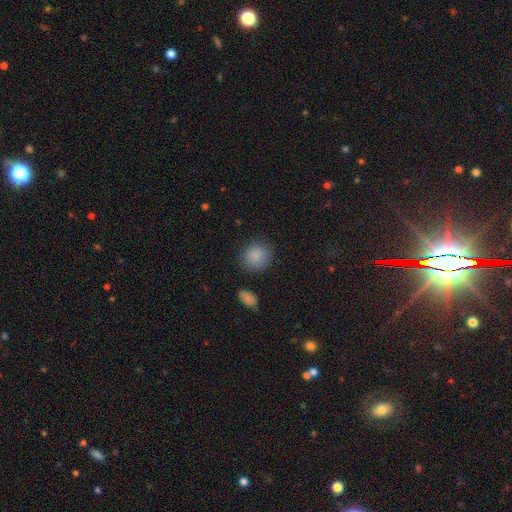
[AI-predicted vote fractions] A smooth galaxy with no disk features (88%) that is round (84%). Merging: none (83%).